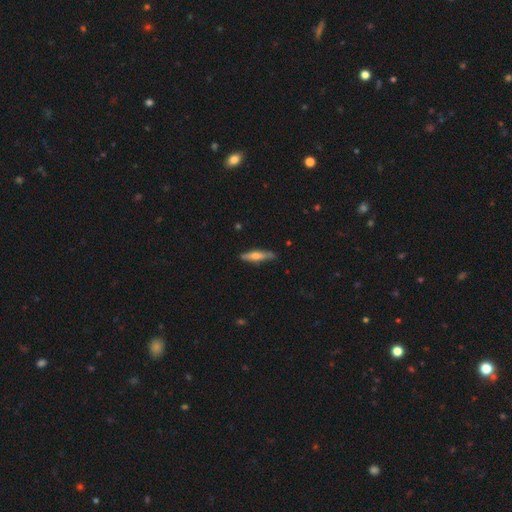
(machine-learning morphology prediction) A smooth galaxy with no disk features (54%) that is cigar-shaped (80%). Merging: none (81%).